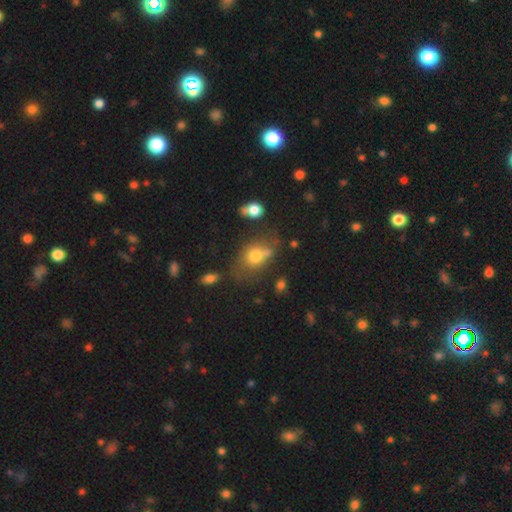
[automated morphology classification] Smooth or featured?
  - smooth: 71% *
  - featured or disk: 16%
  - star or artifact: 13%
How rounded?
  - in between: 57% *
  - round: 41%
  - cigar-shaped: 2%
Merging?
  - none: 42% *
  - merger: 23%
  - minor disturbance: 22%
  - major disturbance: 13%